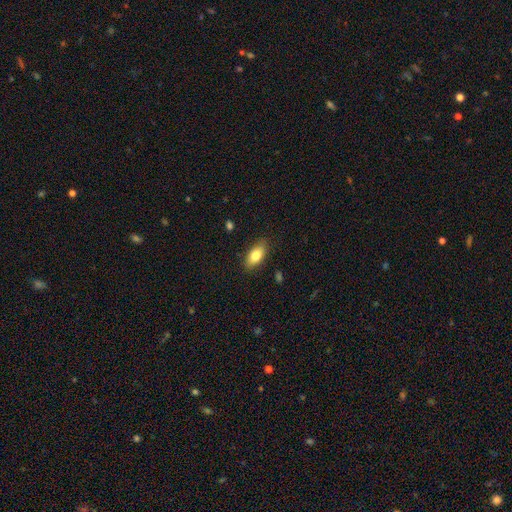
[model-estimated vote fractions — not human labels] smooth_or_featured: smooth (p=0.79) [alt: featured or disk p=0.13]
how_rounded: in between (p=0.87) [alt: cigar-shaped p=0.09]
merging: none (p=0.86) [alt: minor disturbance p=0.11]